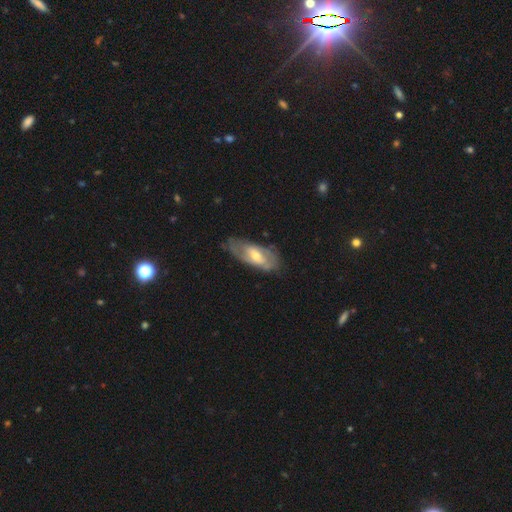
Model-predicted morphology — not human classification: A featured or disk galaxy (65%) with a weak bar (43%), spiral arms (70%) and a moderate central bulge (57%). Merging: none (61%).